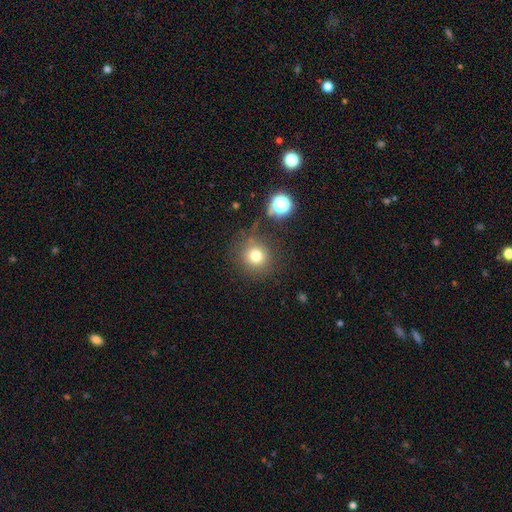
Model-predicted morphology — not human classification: A smooth galaxy with no disk features (76%) that is round (92%).

Vote fractions:
- Smooth or featured? smooth: 76% / star or artifact: 16% / featured or disk: 9%
- How rounded? round: 92% / in between: 7% / cigar-shaped: 1%
- Merging? none: 80% / minor disturbance: 11% / major disturbance: 5% / merger: 5%